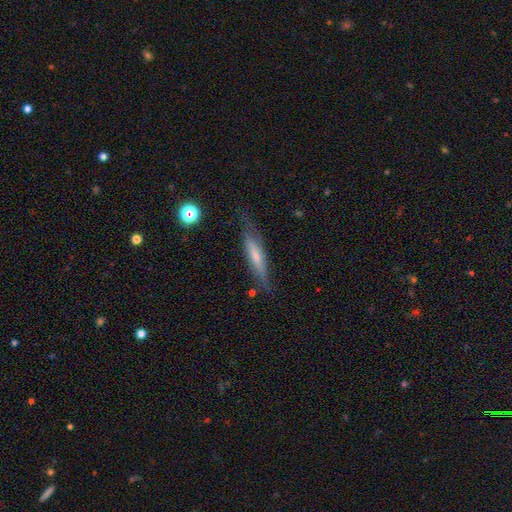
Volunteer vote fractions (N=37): Morphology: type=featured or disk (51%); edge-on=yes (95%); edge-on bulge=none (61%); merging=none (53%).